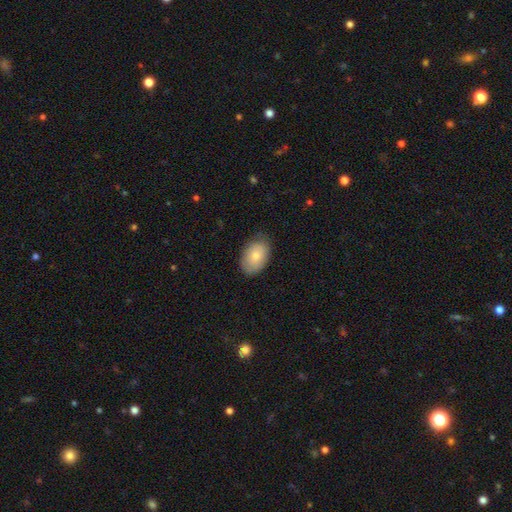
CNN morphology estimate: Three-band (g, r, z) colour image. It shows a smooth galaxy with no disk features (78%) that is in between round and cigar-shaped (88%). Merging: none (78%).